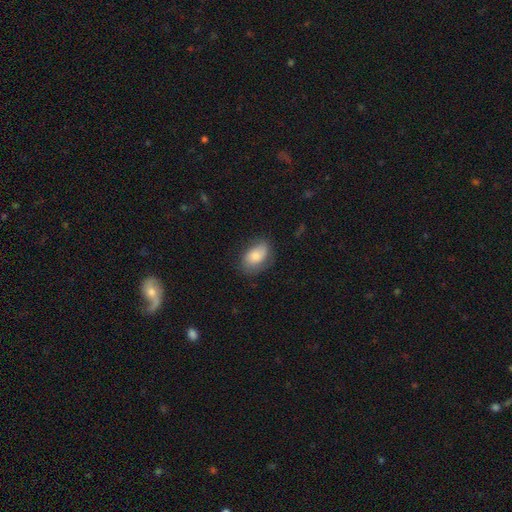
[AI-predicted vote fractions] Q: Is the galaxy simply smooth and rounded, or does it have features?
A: smooth — 73%.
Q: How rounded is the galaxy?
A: in between — 89%.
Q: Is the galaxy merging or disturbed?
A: none — 69%.